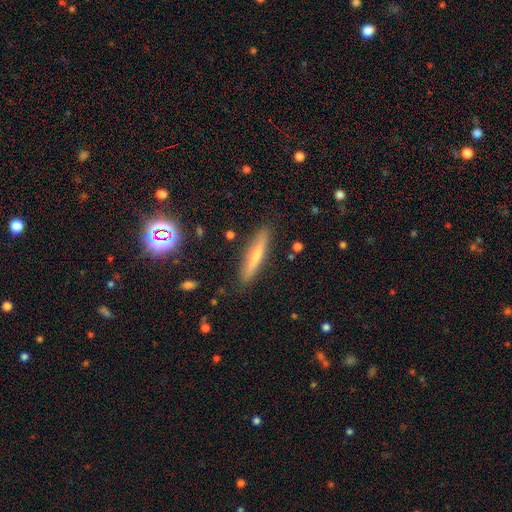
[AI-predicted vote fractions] A smooth galaxy with no disk features (51%) that is cigar-shaped (91%). Merging: none (89%).